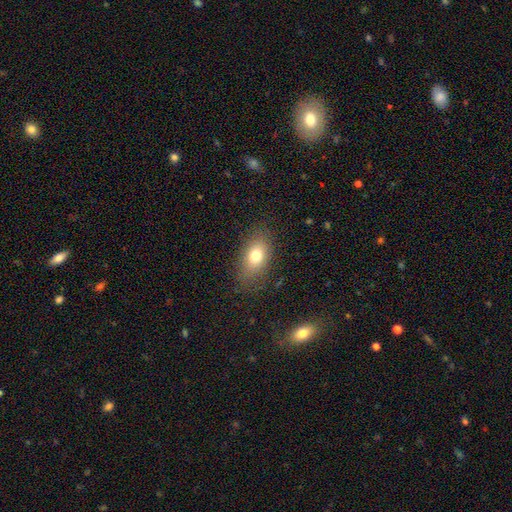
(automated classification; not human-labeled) Morphology: type=smooth (75%); roundness=in between (83%); merging=none (81%).